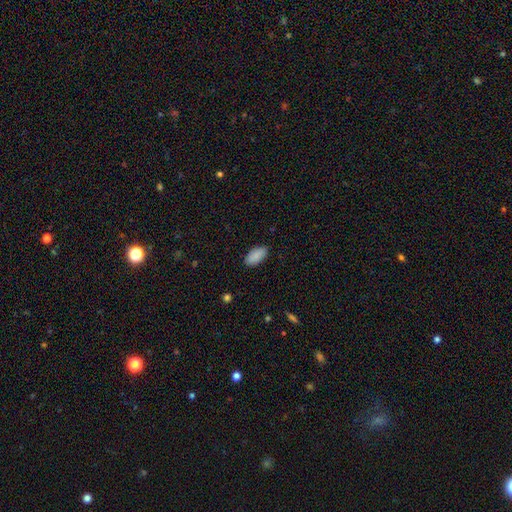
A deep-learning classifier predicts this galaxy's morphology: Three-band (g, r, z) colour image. It shows a smooth galaxy with no disk features (90%) that is in between round and cigar-shaped (94%). Merging: none (87%).